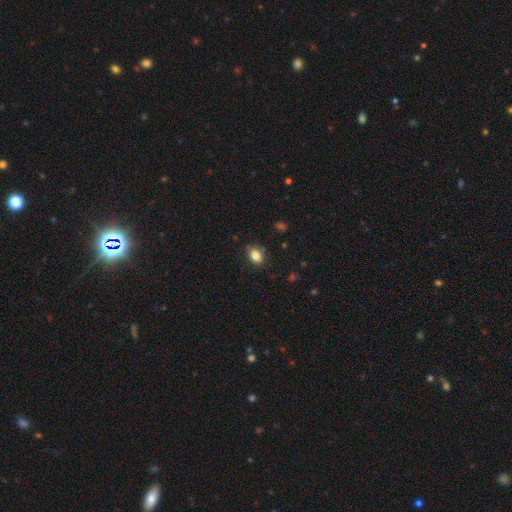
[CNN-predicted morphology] Q: Smooth or featured?
A: smooth (84%); runner-up: star or artifact (10%)
Q: How rounded?
A: in between (73%); runner-up: round (26%)
Q: Merging?
A: none (81%); runner-up: minor disturbance (15%)